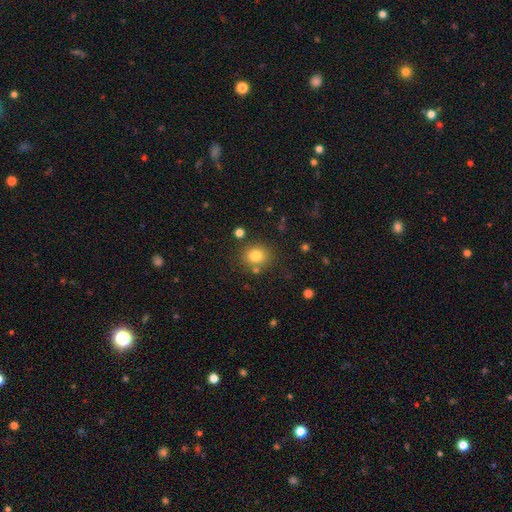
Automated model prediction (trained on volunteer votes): Overall: smooth (79%). How rounded: round (80%). Merging: none (80%).